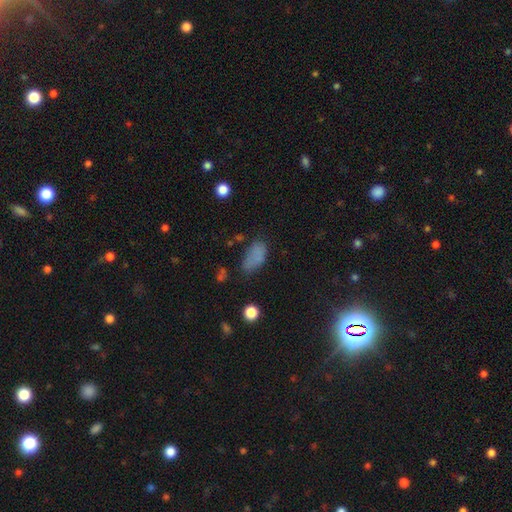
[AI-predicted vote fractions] Smooth or featured? smooth (74%)
How rounded? in between (91%)
Merging? none (47%)